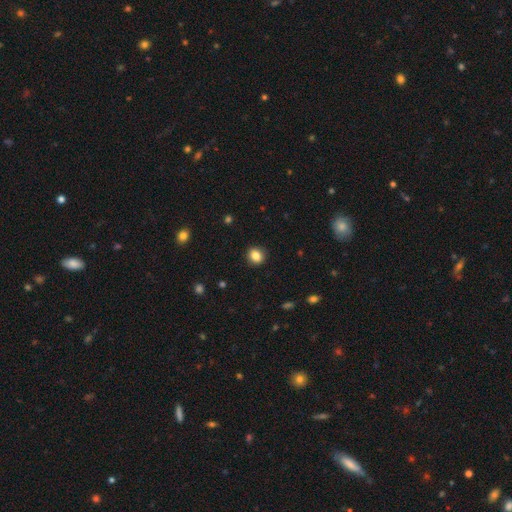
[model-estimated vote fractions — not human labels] The model was most divided on "how rounded": round: 74%, in between: 25%, cigar-shaped: 1%. More confident: merging — none (91%); smooth or featured — smooth (85%).